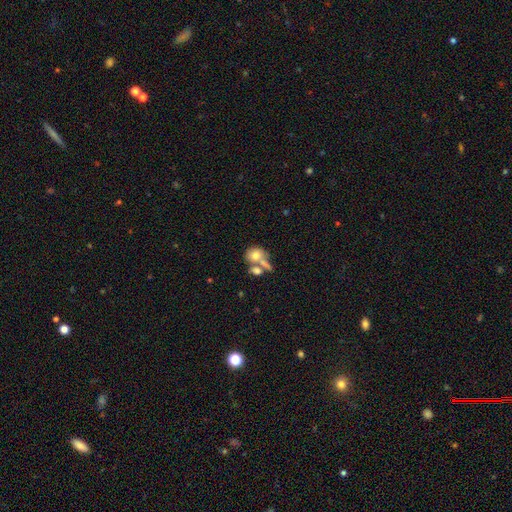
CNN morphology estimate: type=smooth (71%); roundness=round (54%); merging=merger (50%).